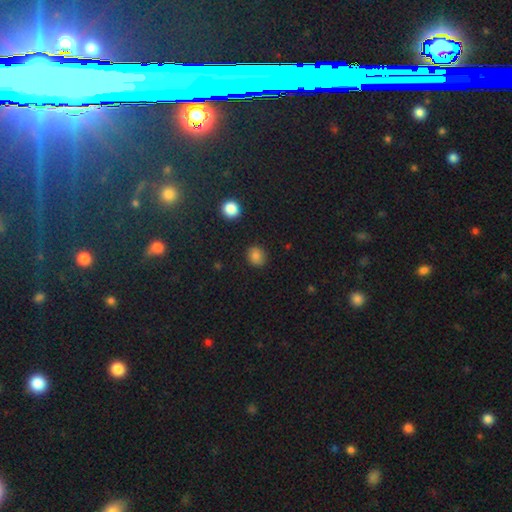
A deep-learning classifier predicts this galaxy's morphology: Q: Smooth or featured?
A: smooth (83%); runner-up: star or artifact (12%)
Q: How rounded?
A: round (77%); runner-up: in between (22%)
Q: Merging?
A: none (86%); runner-up: minor disturbance (10%)